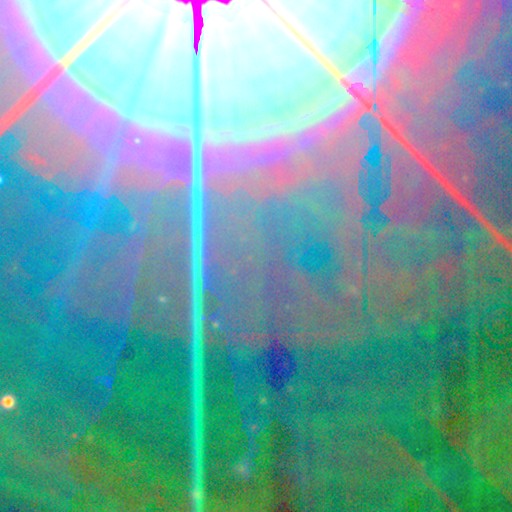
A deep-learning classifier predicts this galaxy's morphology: Smooth or featured: star or artifact — 84% (featured or disk — 9%)